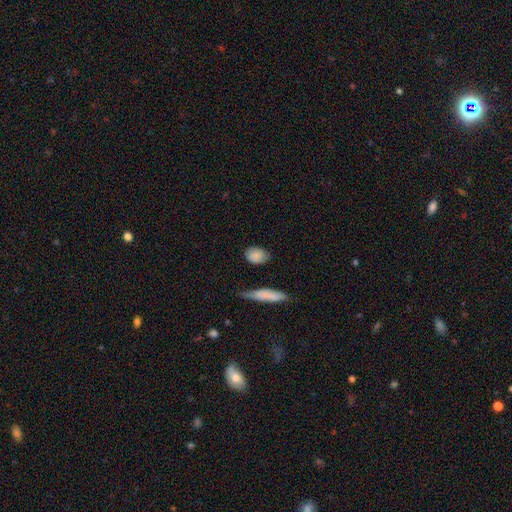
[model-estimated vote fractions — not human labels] This appears to be a smooth galaxy with no disk features (82%) that is in between round and cigar-shaped (68%). Merging: none (69%).